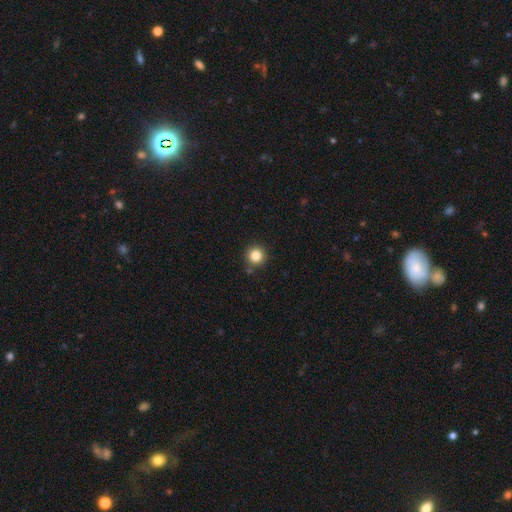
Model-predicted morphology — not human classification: A smooth galaxy with no disk features (84%) that is round (95%).

Vote fractions:
- Smooth or featured? smooth: 84% / star or artifact: 11% / featured or disk: 5%
- How rounded? round: 95% / in between: 4% / cigar-shaped: 1%
- Merging? none: 88% / minor disturbance: 7% / merger: 3% / major disturbance: 2%